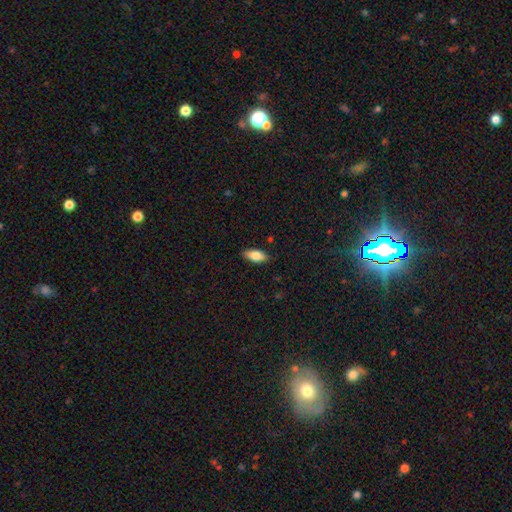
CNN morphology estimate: This appears to be a smooth galaxy with no disk features (81%) that is in between round and cigar-shaped (88%). Merging: none (87%).